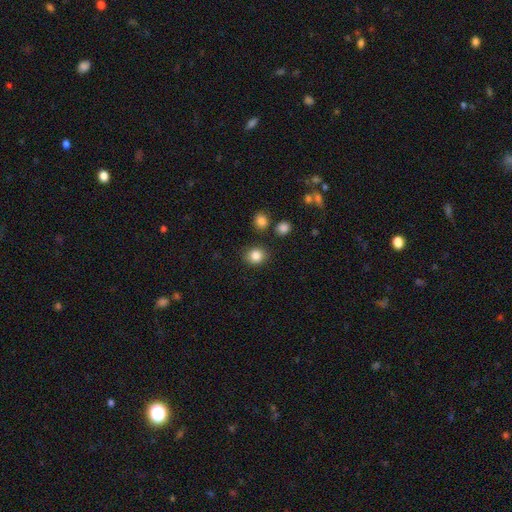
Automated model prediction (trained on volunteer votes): smooth 85%, star or artifact 10%, featured or disk 5%. Down the decision tree: how rounded — round (76%); merging — none (86%).